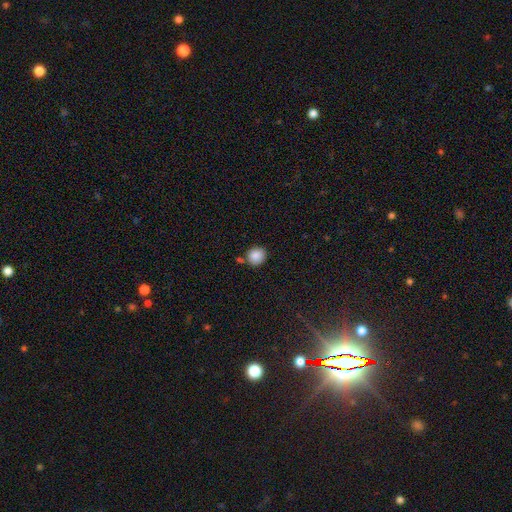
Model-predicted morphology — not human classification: Smooth or featured: smooth — 87% (star or artifact — 9%)
How rounded: round — 83% (in between — 16%)
Merging: none — 74% (minor disturbance — 12%)